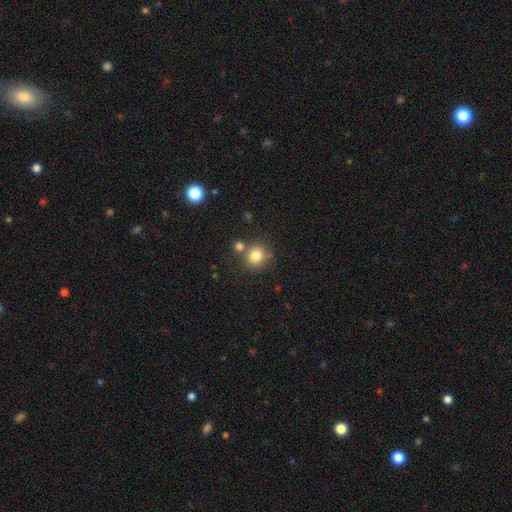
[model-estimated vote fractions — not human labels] Smooth or featured?
  - smooth: 79% *
  - star or artifact: 12%
  - featured or disk: 9%
How rounded?
  - round: 86% *
  - in between: 13%
  - cigar-shaped: 1%
Merging?
  - none: 69% *
  - merger: 17%
  - minor disturbance: 11%
  - major disturbance: 4%